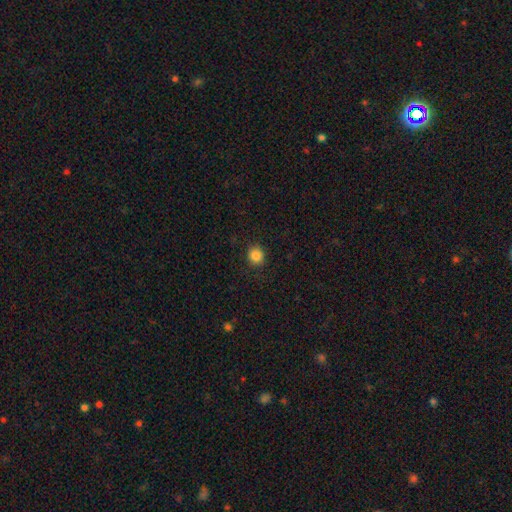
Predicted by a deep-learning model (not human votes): Overall: smooth (86%). How rounded: round (88%). Merging: none (91%).